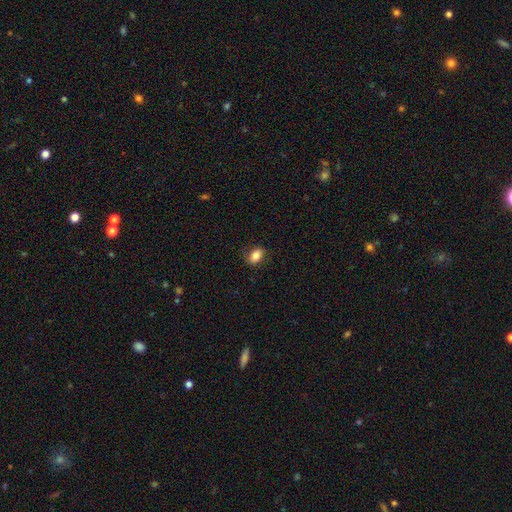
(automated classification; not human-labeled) smooth_or_featured: smooth (p=0.81) [alt: featured or disk p=0.10]
how_rounded: in between (p=0.82) [alt: round p=0.16]
merging: none (p=0.81) [alt: minor disturbance p=0.14]